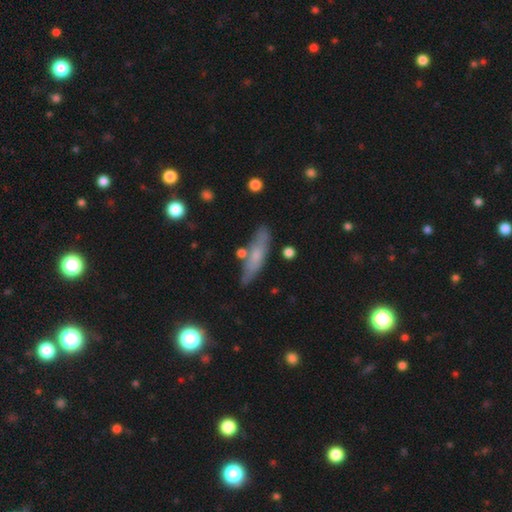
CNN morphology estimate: smooth_or_featured: smooth (p=0.58) [alt: featured or disk p=0.35]
how_rounded: cigar-shaped (p=0.74) [alt: in between p=0.23]
merging: none (p=0.77) [alt: minor disturbance p=0.14]